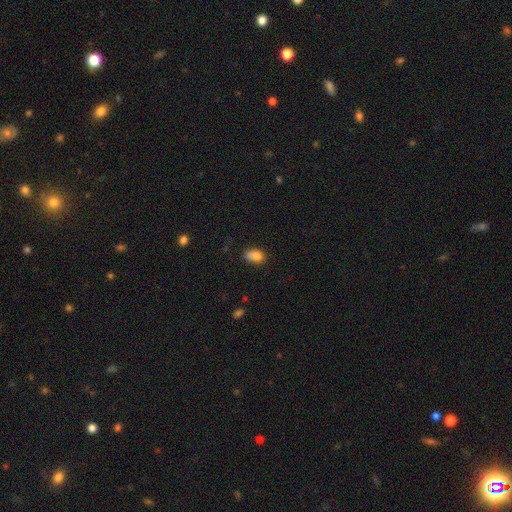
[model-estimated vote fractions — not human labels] This appears to be a smooth galaxy with no disk features (80%) that is in between round and cigar-shaped (77%). Merging: none (48%).